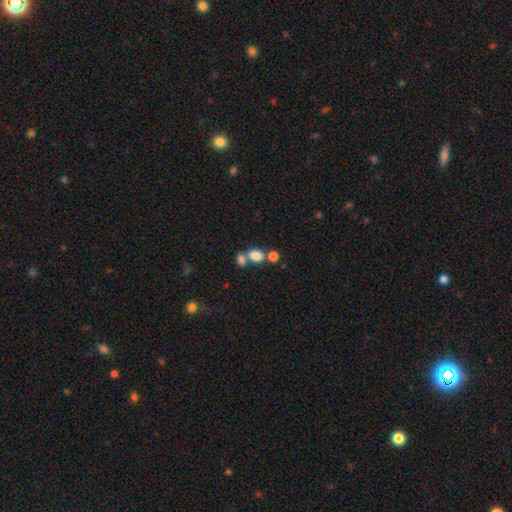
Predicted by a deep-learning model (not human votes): smooth-or-featured: smooth: 80% | star or artifact: 11% | featured or disk: 9%
  how-rounded: in between: 60% | round: 39% | cigar-shaped: 1%
  merging: merger: 45% | none: 41% | minor disturbance: 9% | major disturbance: 5%